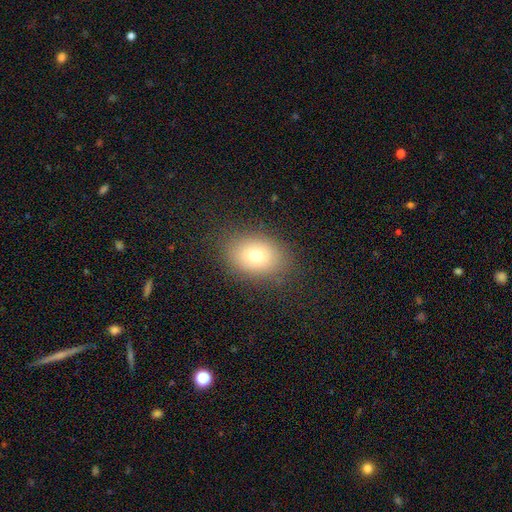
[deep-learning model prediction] Smooth or featured?
  - smooth: 75% *
  - featured or disk: 13%
  - star or artifact: 12%
How rounded?
  - in between: 74% *
  - round: 25%
  - cigar-shaped: 1%
Merging?
  - none: 83% *
  - minor disturbance: 12%
  - major disturbance: 5%
  - merger: 1%